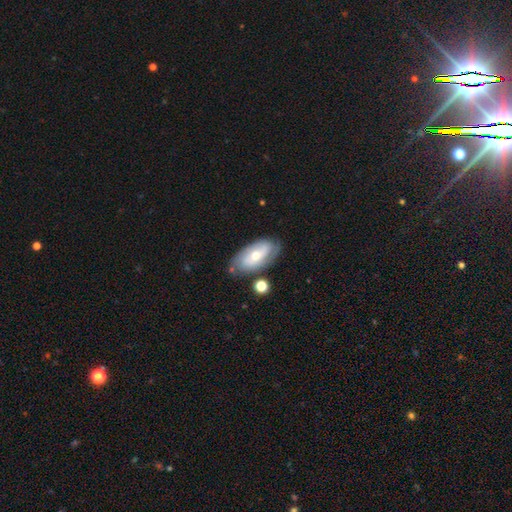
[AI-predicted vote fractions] Smooth or featured? Predicted: featured or disk (p=0.52). Edge-on disk? Predicted: no (p=0.87). Merging? Predicted: none (p=0.70).